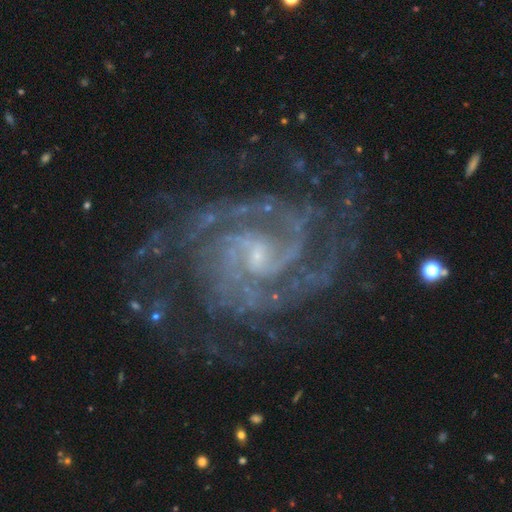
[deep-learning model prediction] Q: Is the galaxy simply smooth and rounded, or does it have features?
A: featured or disk — 92%.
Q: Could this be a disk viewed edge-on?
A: no — 98%.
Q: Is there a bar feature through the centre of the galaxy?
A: weak — 48%.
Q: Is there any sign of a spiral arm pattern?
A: yes — 99%.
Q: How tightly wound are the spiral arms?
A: tight — 58%.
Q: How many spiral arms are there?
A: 2 — 49%.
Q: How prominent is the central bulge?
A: small — 73%.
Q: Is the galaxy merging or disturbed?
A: none — 72%.